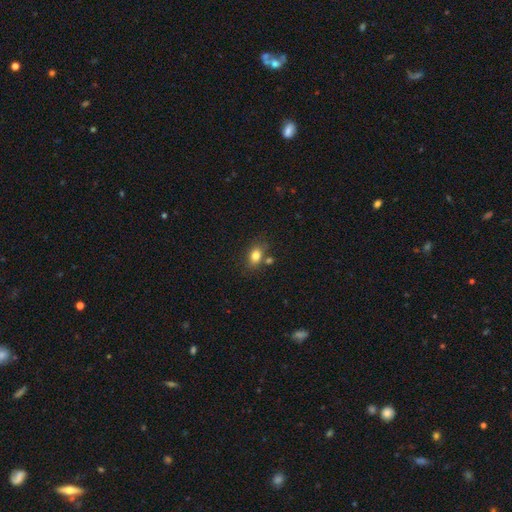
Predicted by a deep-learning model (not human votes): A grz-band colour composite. It shows a smooth galaxy with no disk features (80%) that is in between round and cigar-shaped (76%). Merging: none (67%).